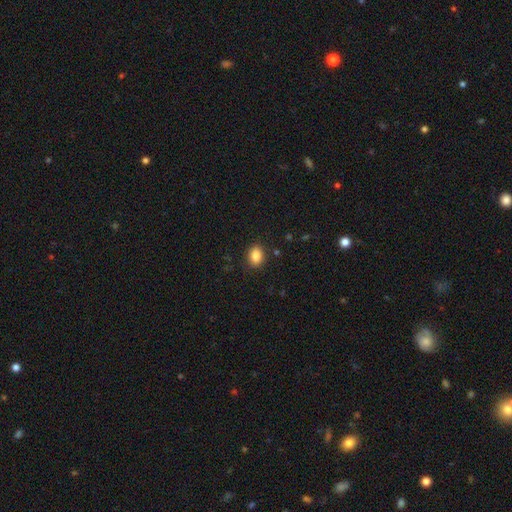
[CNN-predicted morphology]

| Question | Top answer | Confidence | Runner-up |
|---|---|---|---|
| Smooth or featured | smooth | 86% | star or artifact (9%) |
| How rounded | in between | 70% | round (29%) |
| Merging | none | 87% | minor disturbance (9%) |